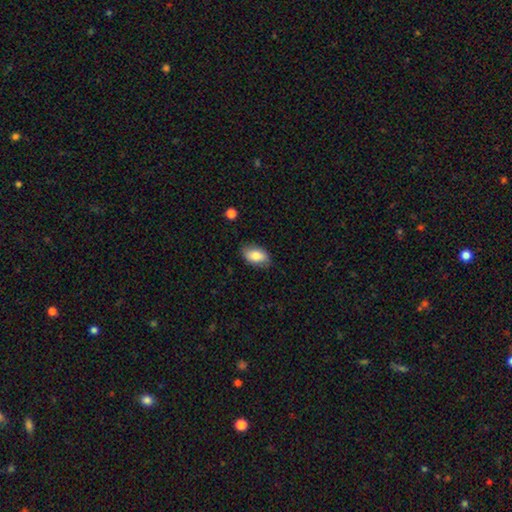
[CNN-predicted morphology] Smooth or featured: smooth — 81% (featured or disk — 12%)
How rounded: in between — 92% (round — 6%)
Merging: none — 81% (minor disturbance — 15%)